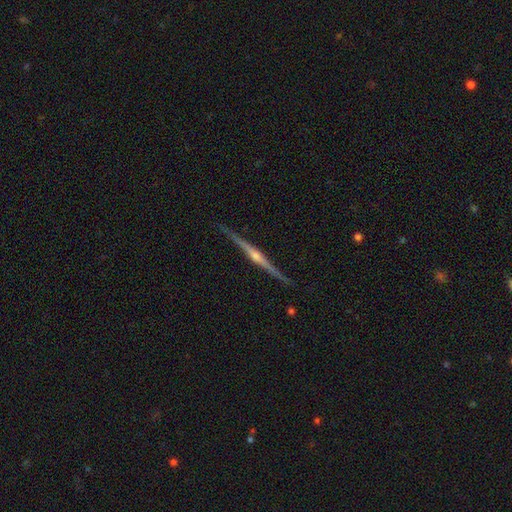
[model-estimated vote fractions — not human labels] smooth-or-featured: featured or disk: 89% | smooth: 7% | star or artifact: 5%
  disk-edge-on: yes: 99% | no: 1%
    edge-on-bulge: rounded: 88% | none: 6% | boxy: 6%
  merging: none: 91% | minor disturbance: 7% | major disturbance: 1% | merger: 1%